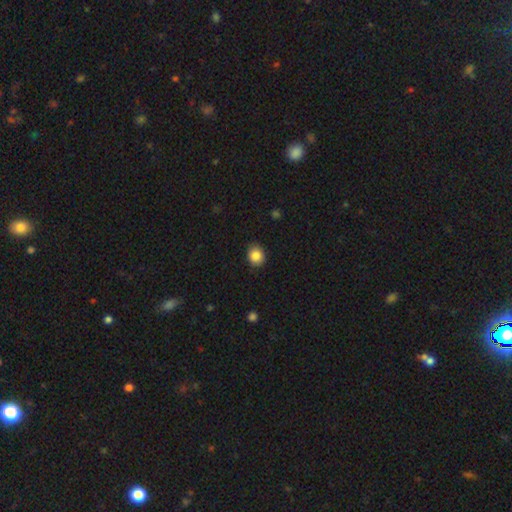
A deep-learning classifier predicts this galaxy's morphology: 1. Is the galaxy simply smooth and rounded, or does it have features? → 86% smooth, 9% star or artifact, 5% featured or disk.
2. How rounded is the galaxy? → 65% round, 34% in between, 1% cigar-shaped.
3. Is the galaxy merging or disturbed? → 85% none, 12% minor disturbance, 2% major disturbance, 1% merger.